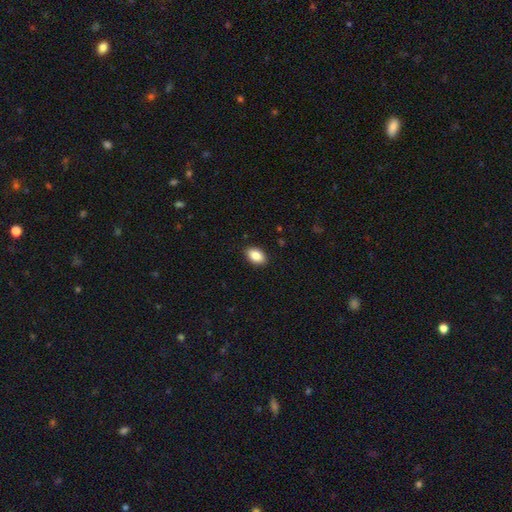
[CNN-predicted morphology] Overall: smooth (87%). How rounded: in between (89%). Merging: none (90%).